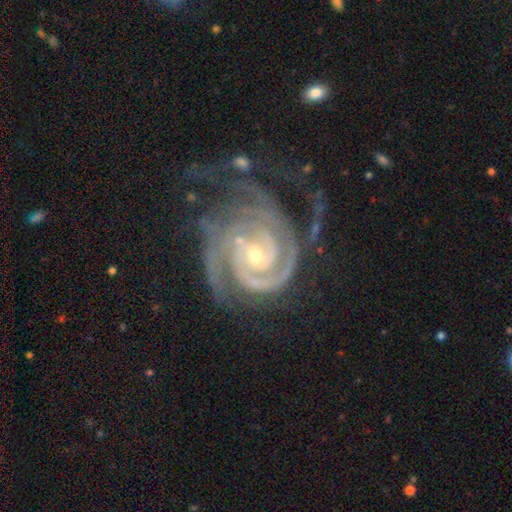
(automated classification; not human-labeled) Morphology: type=featured or disk (93%); edge-on=no (98%); bar=no (57%); spiral arms=yes (99%); winding=tight (78%); arm count=2 (41%); bulge=small (61%); merging=none (46%).